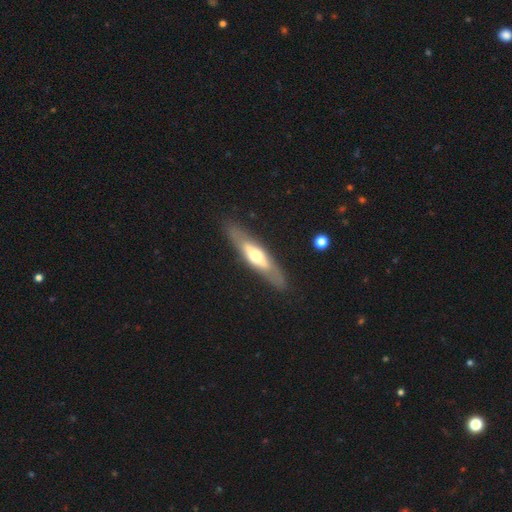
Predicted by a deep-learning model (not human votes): The model was most divided on "smooth or featured": featured or disk: 57%, smooth: 38%, star or artifact: 5%. More confident: merging — none (83%); edge-on disk — yes (67%).